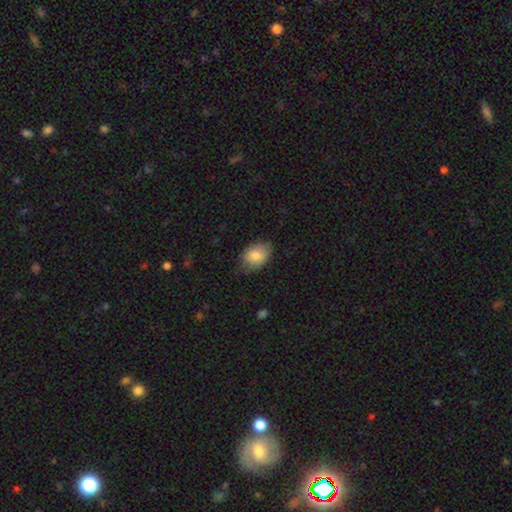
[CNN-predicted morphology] A smooth galaxy with no disk features (83%) that is in between round and cigar-shaped (83%).

Vote fractions:
- Smooth or featured? smooth: 83% / featured or disk: 11% / star or artifact: 7%
- How rounded? in between: 83% / round: 16% / cigar-shaped: 1%
- Merging? none: 67% / minor disturbance: 27% / major disturbance: 5% / merger: 1%